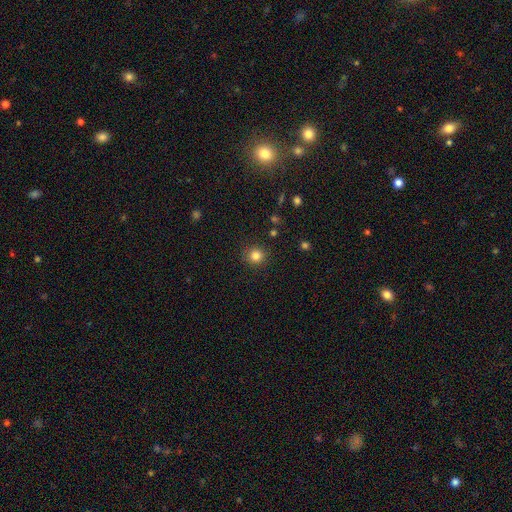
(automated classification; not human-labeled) The model was most divided on "smooth or featured": smooth: 83%, star or artifact: 12%, featured or disk: 5%. More confident: how rounded — round (90%); merging — none (89%).